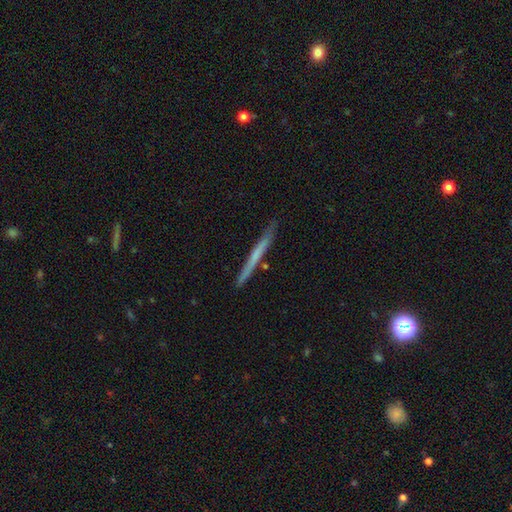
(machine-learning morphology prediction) This appears to be a smooth galaxy with no disk features (50%). Merging: none (88%).